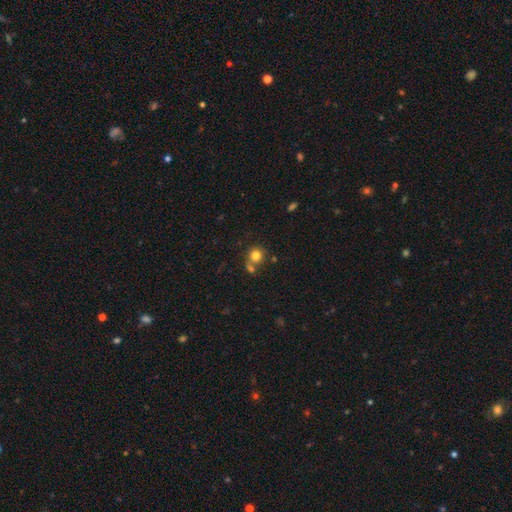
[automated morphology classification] Q: Smooth or featured?
A: smooth (79%); runner-up: star or artifact (11%)
Q: How rounded?
A: round (87%); runner-up: in between (12%)
Q: Merging?
A: none (58%); runner-up: merger (28%)